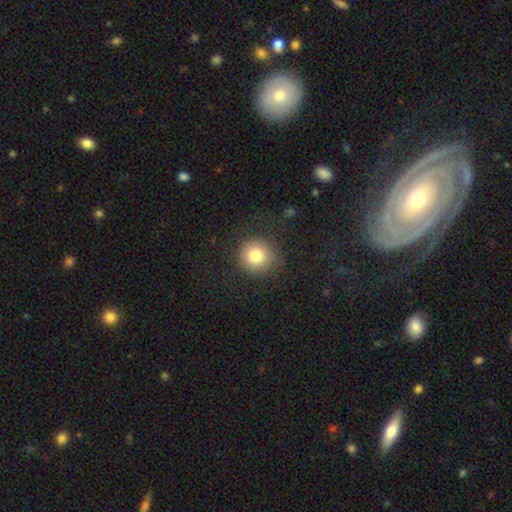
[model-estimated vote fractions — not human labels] Smooth or featured: smooth — 80% (star or artifact — 11%)
How rounded: round — 94% (in between — 5%)
Merging: none — 84% (minor disturbance — 10%)